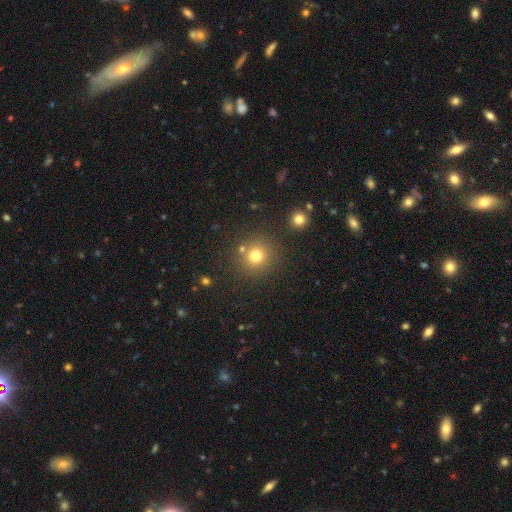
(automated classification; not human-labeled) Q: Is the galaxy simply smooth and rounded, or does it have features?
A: smooth — 76%.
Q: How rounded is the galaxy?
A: round — 92%.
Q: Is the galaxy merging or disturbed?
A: none — 81%.